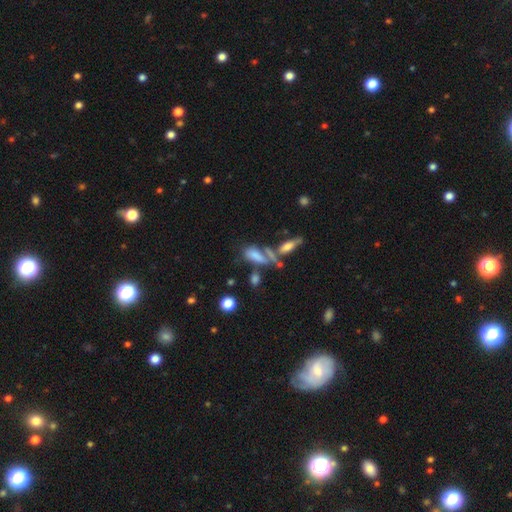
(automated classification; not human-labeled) Smooth or featured? smooth (67%)
How rounded? in between (68%)
Merging? merger (44%)